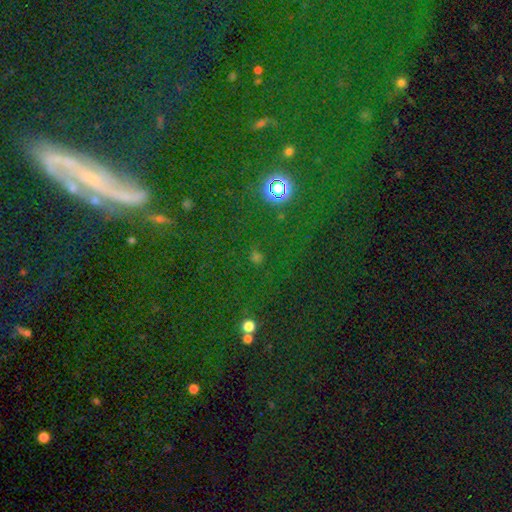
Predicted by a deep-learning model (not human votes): A star or artifact, not a galaxy (53%).

Vote fractions:
- Smooth or featured? star or artifact: 53% / smooth: 29% / featured or disk: 18%